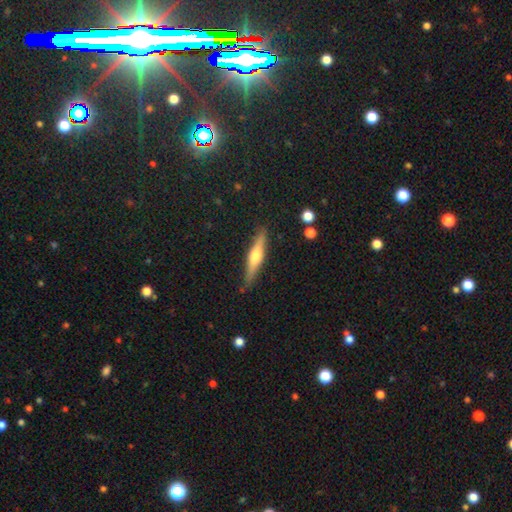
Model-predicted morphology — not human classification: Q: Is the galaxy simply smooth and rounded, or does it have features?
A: featured or disk — 57%.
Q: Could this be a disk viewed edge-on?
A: yes — 95%.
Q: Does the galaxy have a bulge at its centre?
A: rounded — 90%.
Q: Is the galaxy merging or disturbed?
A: none — 85%.